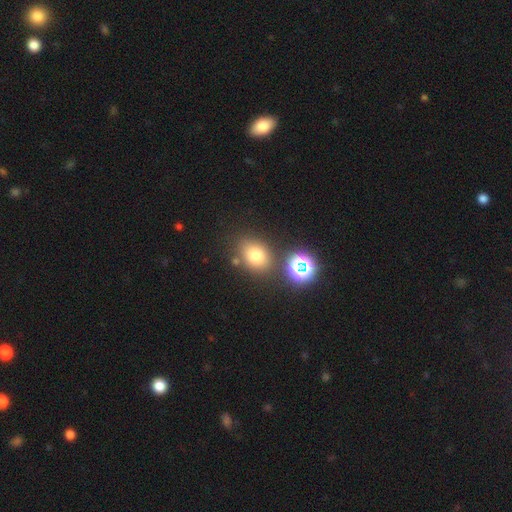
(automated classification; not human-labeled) Smooth or featured?
  - smooth: 74% *
  - star or artifact: 17%
  - featured or disk: 10%
How rounded?
  - in between: 59% *
  - round: 40%
  - cigar-shaped: 1%
Merging?
  - none: 74% *
  - minor disturbance: 12%
  - merger: 10%
  - major disturbance: 4%